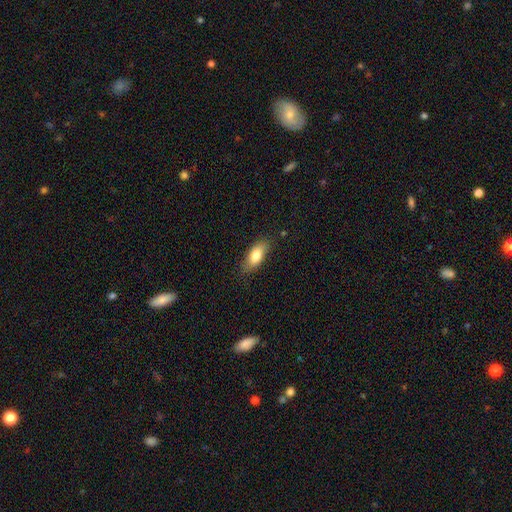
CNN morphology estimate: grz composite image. It shows a smooth galaxy with no disk features (80%) that is in between round and cigar-shaped (81%). Merging: none (80%).